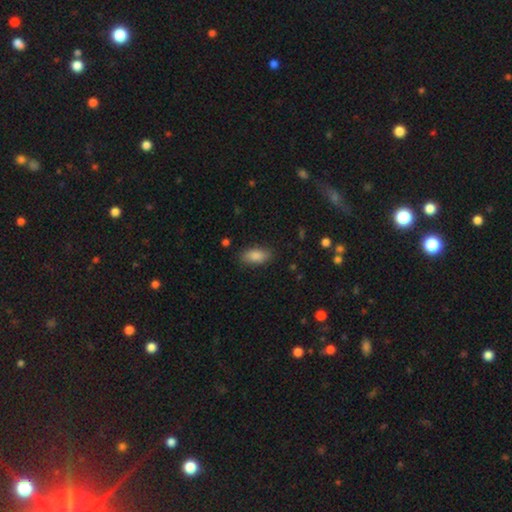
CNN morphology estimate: The model was most divided on "merging": none: 85%, minor disturbance: 11%, major disturbance: 3%, merger: 1%. More confident: how rounded — in between (89%); smooth or featured — smooth (87%).